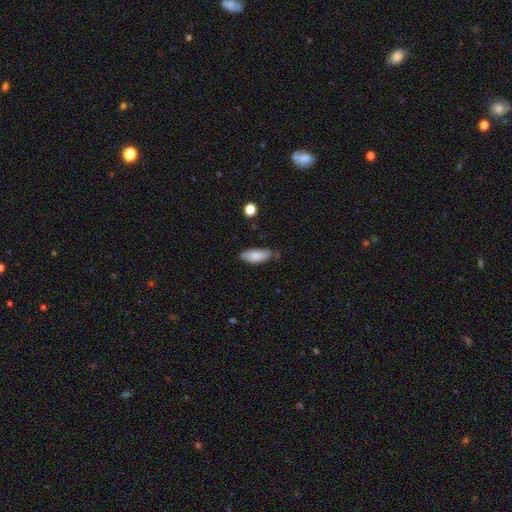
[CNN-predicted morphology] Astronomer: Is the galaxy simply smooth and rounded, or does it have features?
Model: smooth — 81%.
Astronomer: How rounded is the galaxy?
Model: in between — 76%.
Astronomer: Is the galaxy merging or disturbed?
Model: none — 68%.